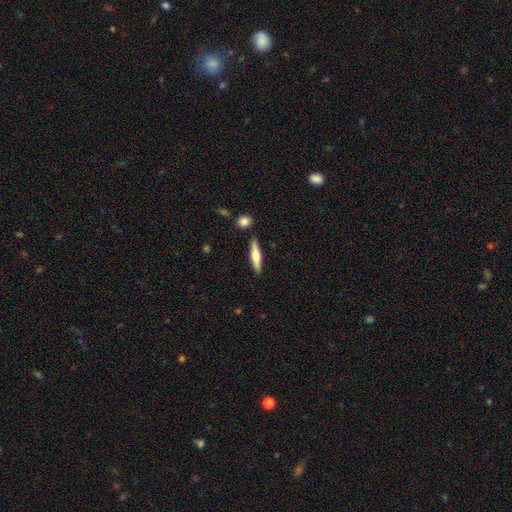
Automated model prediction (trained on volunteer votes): Overall: smooth (51%; featured or disk 43%). How rounded: cigar-shaped (78%). Merging: none (86%).